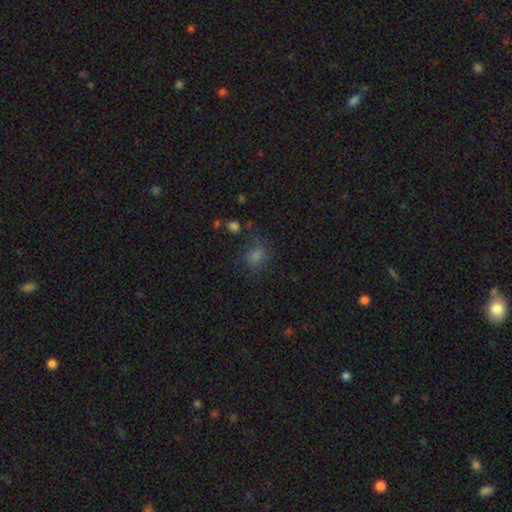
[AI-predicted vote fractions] Q: Smooth or featured?
A: smooth (58%); runner-up: star or artifact (29%)
Q: How rounded?
A: round (51%); runner-up: in between (48%)
Q: Merging?
A: none (62%); runner-up: minor disturbance (20%)